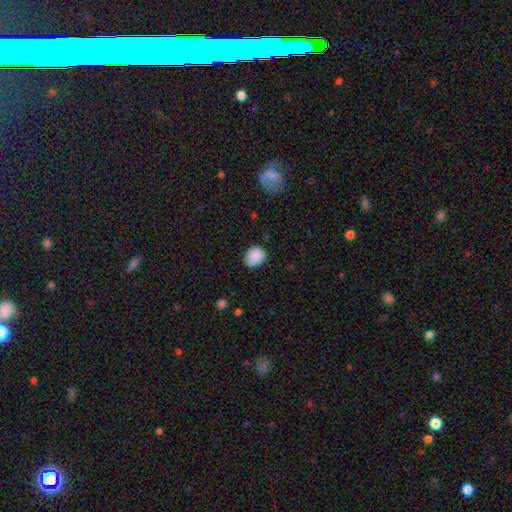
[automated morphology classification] smooth-or-featured: smooth: 87% | star or artifact: 8% | featured or disk: 5%
  how-rounded: round: 67% | in between: 32% | cigar-shaped: 1%
  merging: none: 79% | minor disturbance: 17% | major disturbance: 3% | merger: 1%